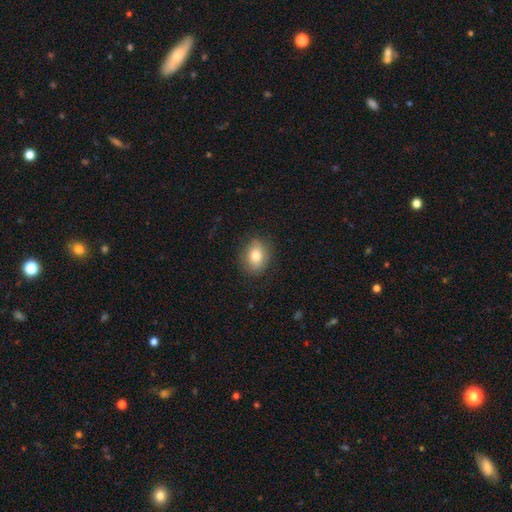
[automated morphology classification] smooth_or_featured: smooth (p=0.79) [alt: featured or disk p=0.12]
how_rounded: in between (p=0.64) [alt: round p=0.35]
merging: none (p=0.82) [alt: minor disturbance p=0.13]